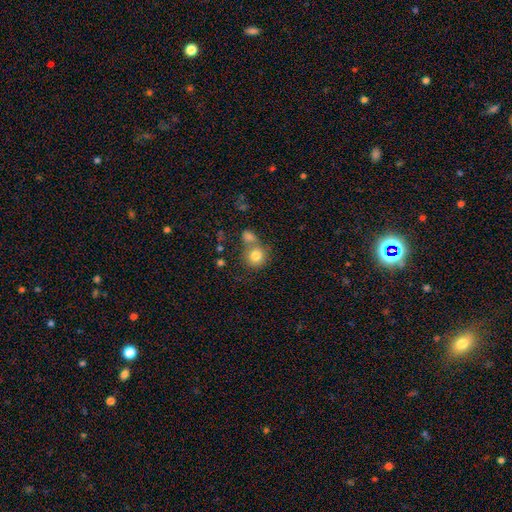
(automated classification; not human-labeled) The model was most divided on "merging": none: 49%, merger: 37%, minor disturbance: 10%, major disturbance: 4%. More confident: how rounded — round (85%); smooth or featured — smooth (80%).